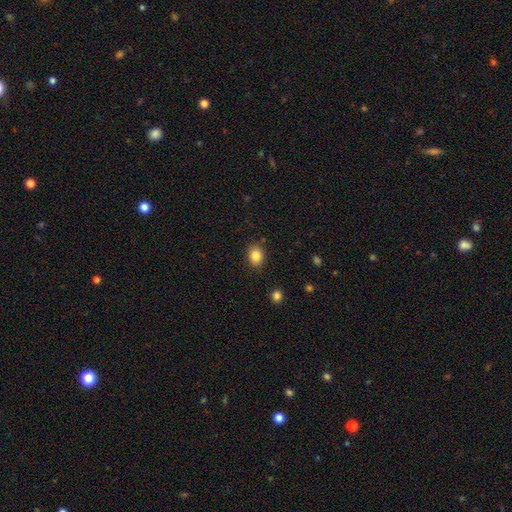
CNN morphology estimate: type=smooth (85%); roundness=round (51%); merging=none (86%).